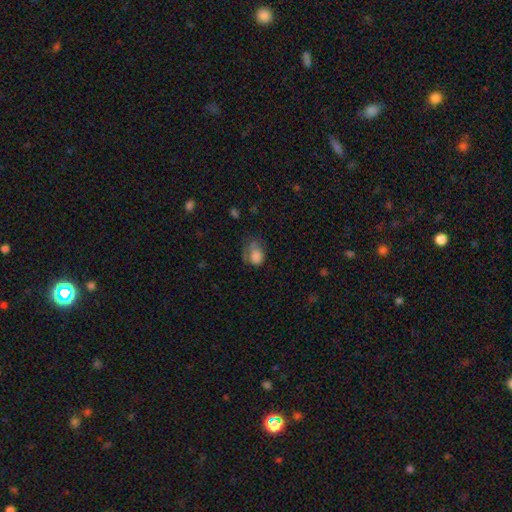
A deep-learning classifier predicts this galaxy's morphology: Overall: smooth (77%). How rounded: in between (70%). Merging: major disturbance (32%, tied with none).